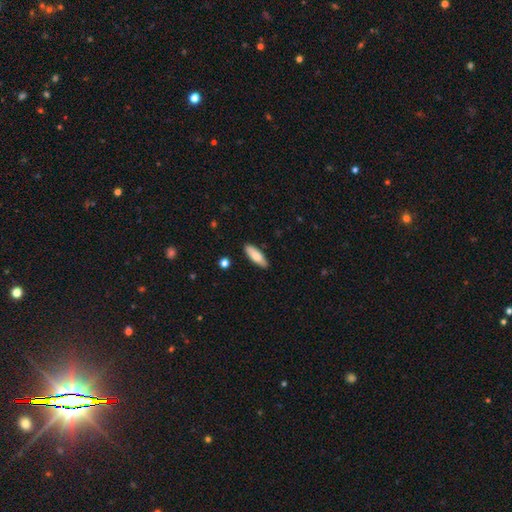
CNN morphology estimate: Smooth or featured: smooth — 80% (featured or disk — 14%)
How rounded: in between — 59% (cigar-shaped — 39%)
Merging: none — 86% (minor disturbance — 11%)